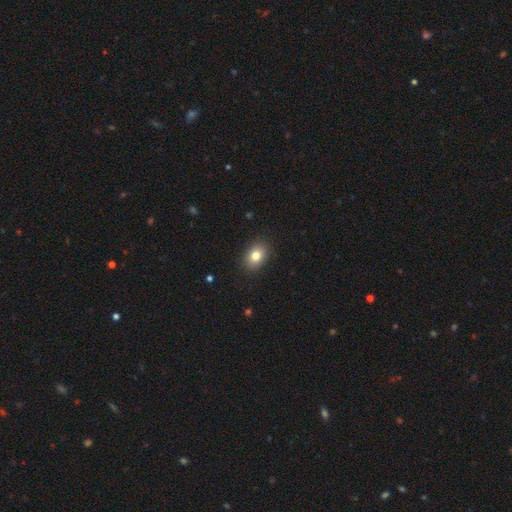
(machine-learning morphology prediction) A smooth galaxy with no disk features (81%) that is in between round and cigar-shaped (70%).

Vote fractions:
- Smooth or featured? smooth: 81% / star or artifact: 10% / featured or disk: 9%
- How rounded? in between: 70% / round: 29% / cigar-shaped: 1%
- Merging? none: 89% / minor disturbance: 8% / major disturbance: 2% / merger: 1%